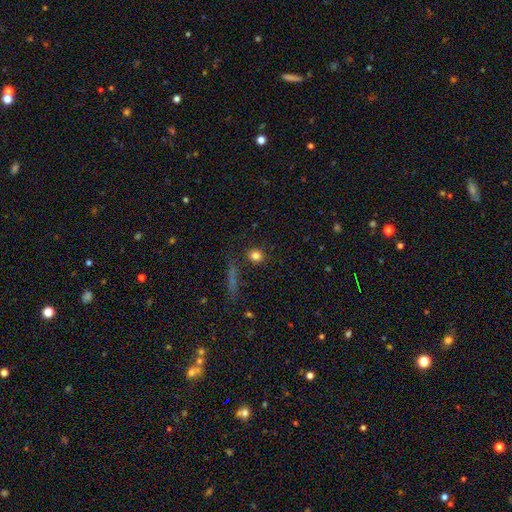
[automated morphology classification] Q: Smooth or featured?
A: smooth (81%); runner-up: star or artifact (12%)
Q: How rounded?
A: round (82%); runner-up: in between (15%)
Q: Merging?
A: none (87%); runner-up: minor disturbance (7%)